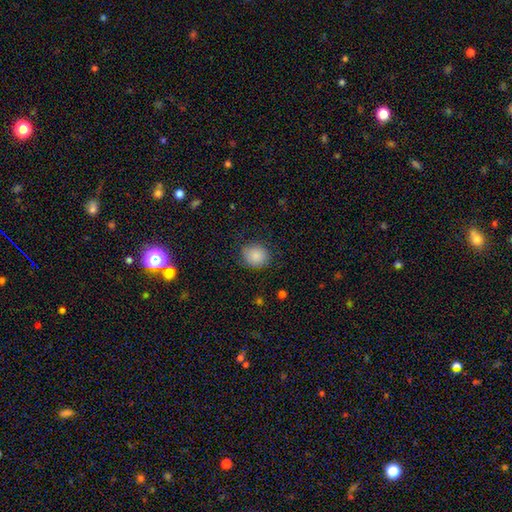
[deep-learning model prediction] Smooth or featured? Predicted: smooth (p=0.86). How rounded? Predicted: round (p=0.72). Merging? Predicted: none (p=0.78).